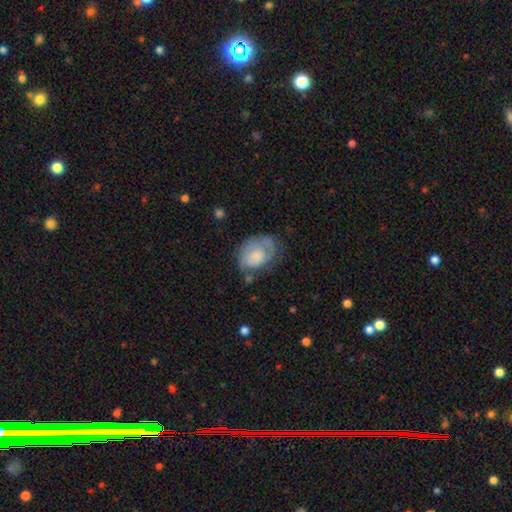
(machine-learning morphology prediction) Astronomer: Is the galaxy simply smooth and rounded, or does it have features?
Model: smooth — 55% (runner-up: featured or disk, 38%).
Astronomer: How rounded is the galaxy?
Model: in between — 71%.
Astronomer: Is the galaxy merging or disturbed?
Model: none — 45% (runner-up: minor disturbance, 31%).